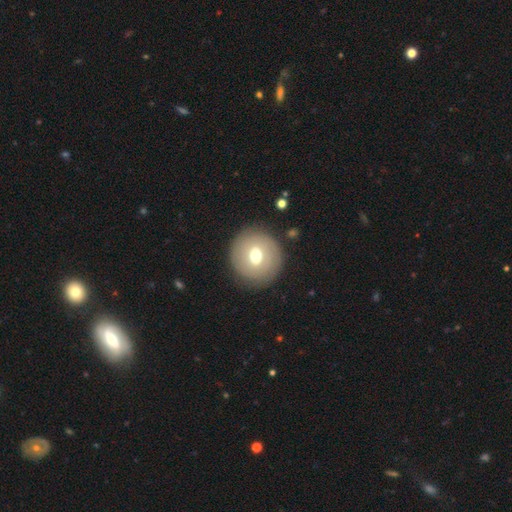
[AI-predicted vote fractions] Smooth or featured: smooth — 58% (featured or disk — 34%)
How rounded: round — 87% (in between — 12%)
Merging: none — 85% (minor disturbance — 9%)